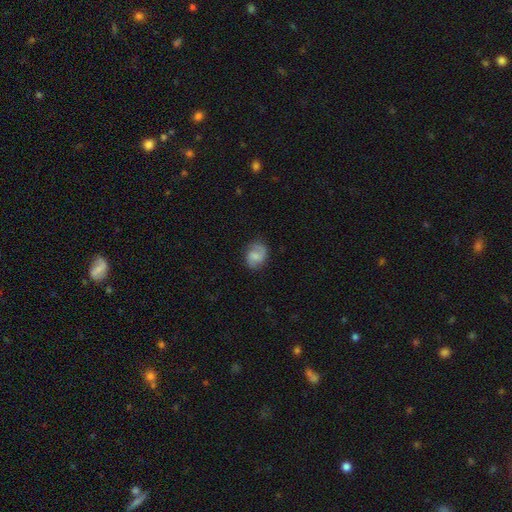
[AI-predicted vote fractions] Smooth or featured?
  - featured or disk: 53% *
  - smooth: 39%
  - star or artifact: 8%
Edge-on disk?
  - no: 98% *
  - yes: 2%
Bar?
  - no: 48% *
  - weak: 44%
  - strong: 8%
Spiral arms?
  - yes: 91% *
  - no: 9%
Bulge size?
  - small: 34% *
  - moderate: 30%
  - none: 28%
  - large: 6%
  - dominant: 1%
Merging?
  - none: 76% *
  - minor disturbance: 17%
  - major disturbance: 6%
  - merger: 1%